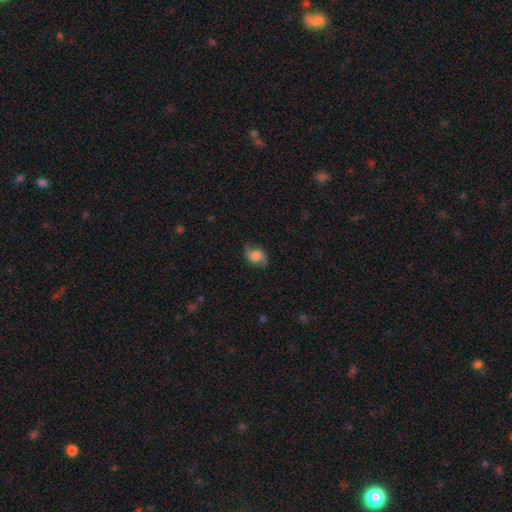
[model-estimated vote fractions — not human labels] This is possibly a smooth galaxy (58%). How rounded: likely in between (71%). Merging: likely none (69%).